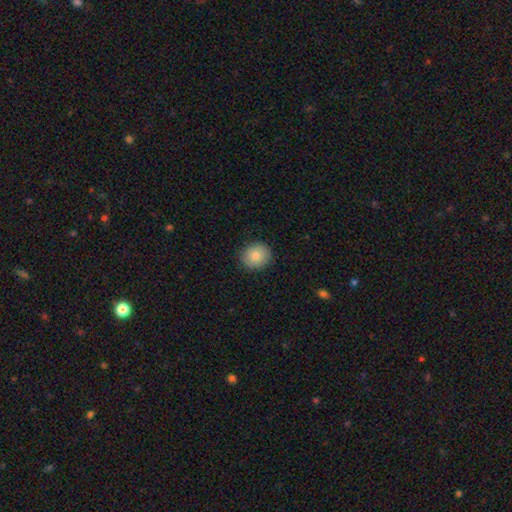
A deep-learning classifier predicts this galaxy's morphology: A smooth galaxy with no disk features (85%) that is round (85%). Merging: none (90%).